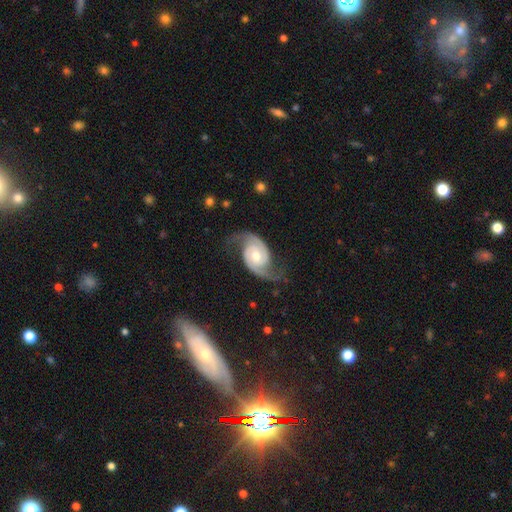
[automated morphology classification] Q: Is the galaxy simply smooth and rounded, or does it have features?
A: featured or disk — 92%.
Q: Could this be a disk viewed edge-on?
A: no — 98%.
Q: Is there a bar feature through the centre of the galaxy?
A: no — 62%.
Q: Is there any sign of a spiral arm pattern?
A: yes — 98%.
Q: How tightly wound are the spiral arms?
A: medium — 52%.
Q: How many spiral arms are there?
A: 2 — 94%.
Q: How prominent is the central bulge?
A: moderate — 70%.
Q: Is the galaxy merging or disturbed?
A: none — 76%.